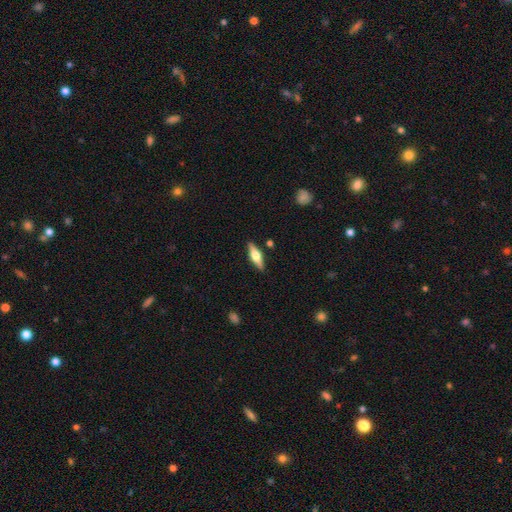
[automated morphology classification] This appears to be a featured or disk galaxy (54%) viewed edge-on (94%) with a rounded central bulge (93%). Merging: none (87%).